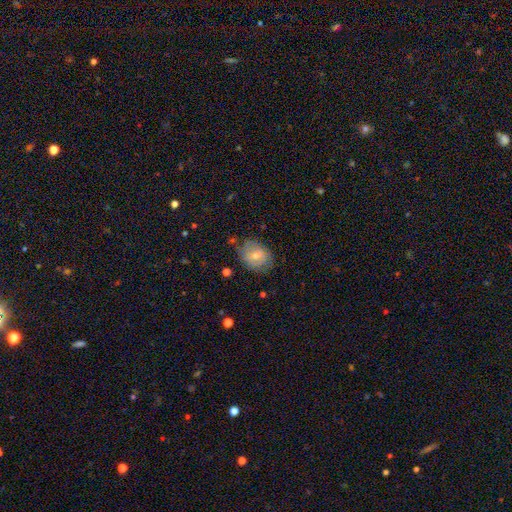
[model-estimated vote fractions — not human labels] This is likely a smooth galaxy (62%). How rounded: possibly in between (57%). Merging: likely none (66%).